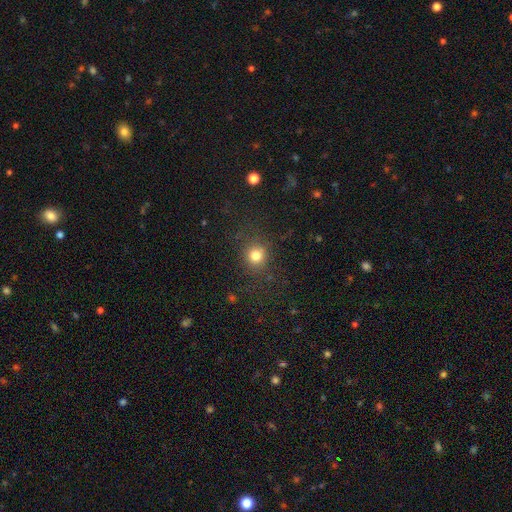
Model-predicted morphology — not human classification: This appears to be a smooth galaxy with no disk features (78%) that is round (86%). Merging: none (83%).